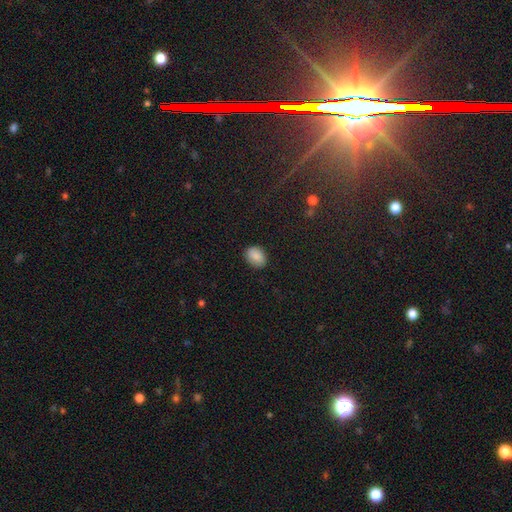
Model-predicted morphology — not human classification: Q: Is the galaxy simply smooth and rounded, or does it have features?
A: smooth — 87%.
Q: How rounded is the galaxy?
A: in between — 68%.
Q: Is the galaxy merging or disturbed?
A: none — 85%.